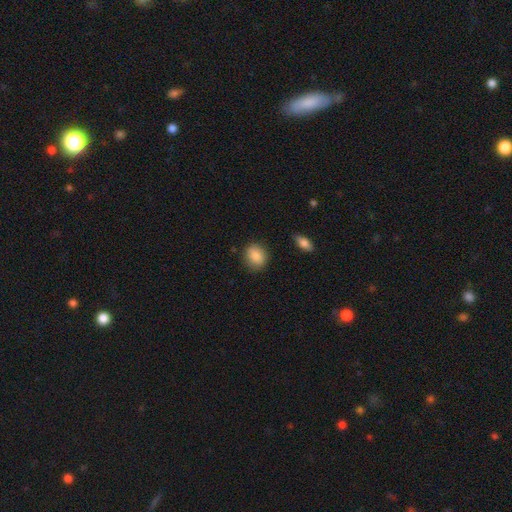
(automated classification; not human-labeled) Smooth or featured? smooth (86%)
How rounded? round (54%)
Merging? none (83%)